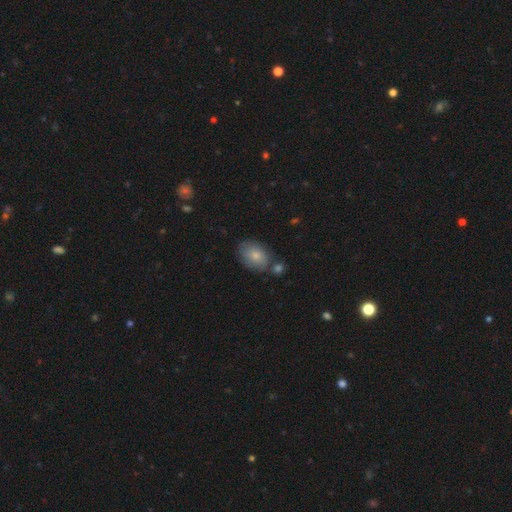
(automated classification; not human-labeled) A smooth galaxy with no disk features (80%) that is in between round and cigar-shaped (81%).

Vote fractions:
- Smooth or featured? smooth: 80% / featured or disk: 13% / star or artifact: 7%
- How rounded? in between: 81% / round: 18% / cigar-shaped: 1%
- Merging? none: 65% / minor disturbance: 19% / merger: 12% / major disturbance: 5%